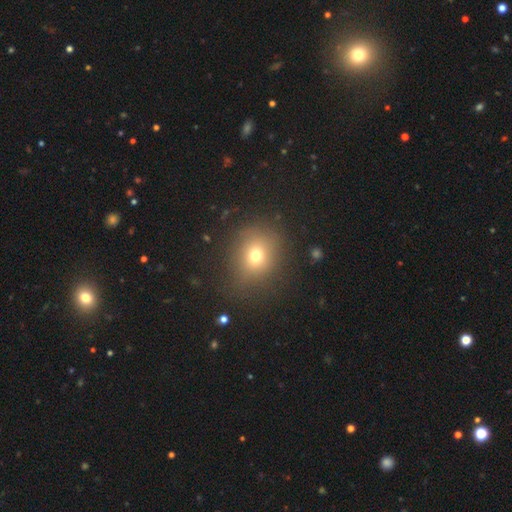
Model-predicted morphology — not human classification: Overall: smooth (71%). How rounded: round (69%; in between 30%). Merging: none (80%).